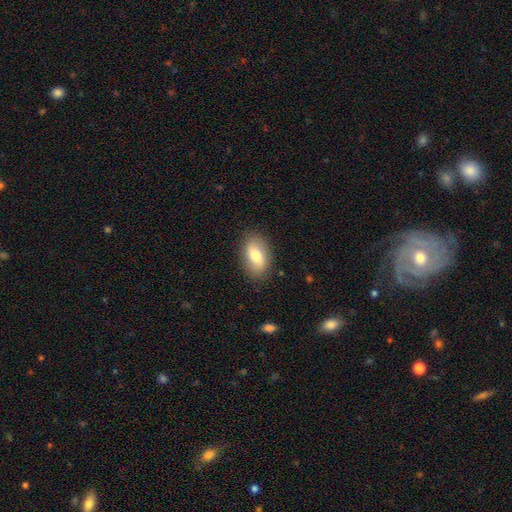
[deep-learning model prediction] This appears to be a smooth galaxy with no disk features (71%) that is in between round and cigar-shaped (89%). Merging: none (85%).